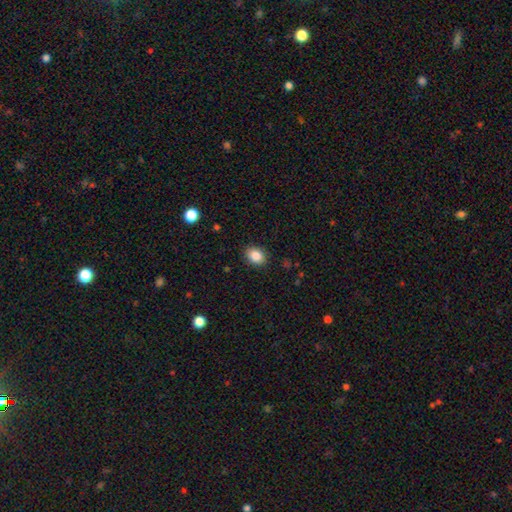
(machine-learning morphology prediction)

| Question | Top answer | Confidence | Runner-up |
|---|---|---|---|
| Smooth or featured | smooth | 86% | star or artifact (9%) |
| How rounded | in between | 61% | round (38%) |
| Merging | none | 88% | minor disturbance (9%) |